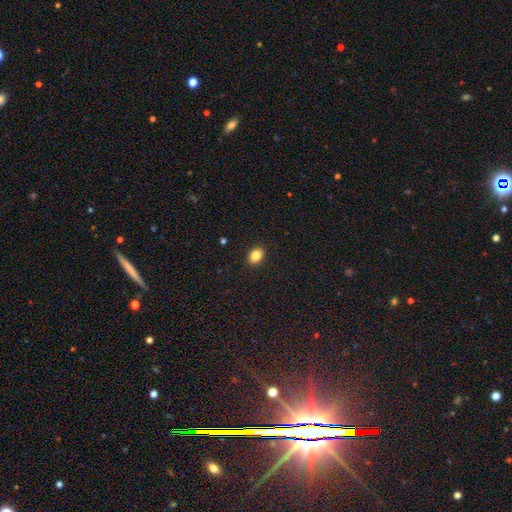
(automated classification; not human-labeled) The model was most divided on "how rounded": in between: 68%, round: 31%, cigar-shaped: 1%. More confident: merging — none (91%); smooth or featured — smooth (86%).